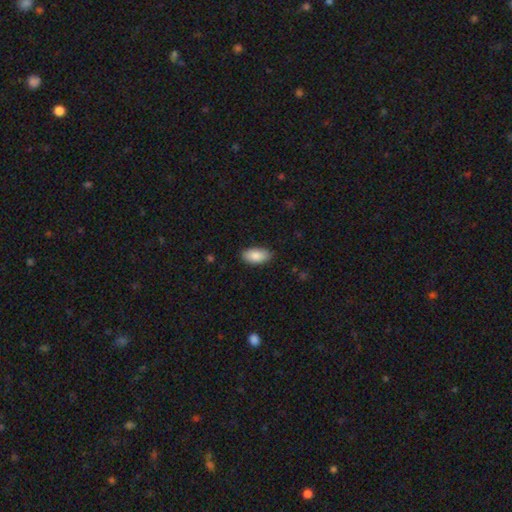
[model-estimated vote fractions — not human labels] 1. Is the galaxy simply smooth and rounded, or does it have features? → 87% smooth, 7% featured or disk, 6% star or artifact.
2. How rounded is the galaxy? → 94% in between, 4% cigar-shaped, 2% round.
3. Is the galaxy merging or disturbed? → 87% none, 10% minor disturbance, 2% major disturbance, 1% merger.